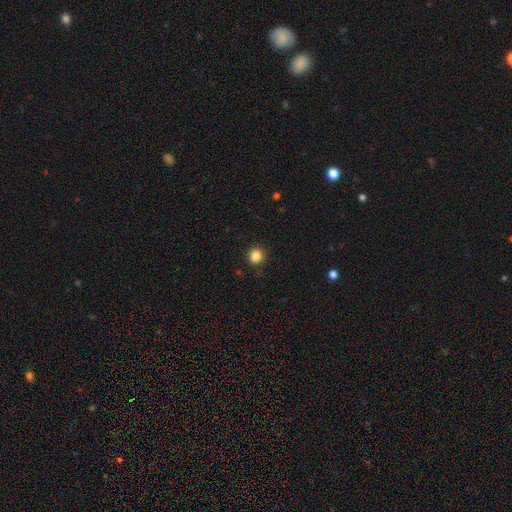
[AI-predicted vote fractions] Smooth or featured? Predicted: smooth (p=0.86). How rounded? Predicted: round (p=0.80). Merging? Predicted: none (p=0.86).